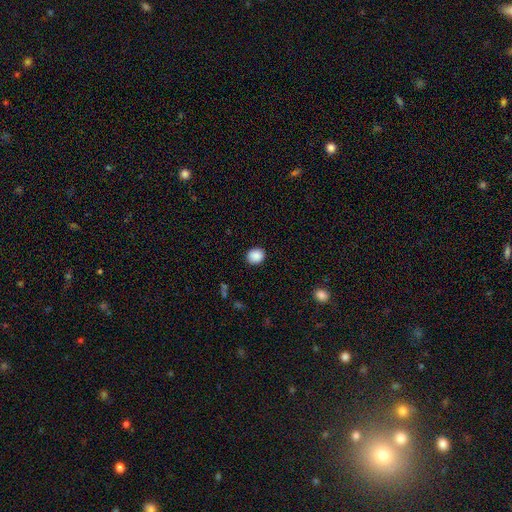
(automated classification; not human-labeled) smooth_or_featured: smooth (p=0.89) [alt: star or artifact p=0.08]
how_rounded: round (p=0.72) [alt: in between p=0.27]
merging: none (p=0.90) [alt: minor disturbance p=0.07]